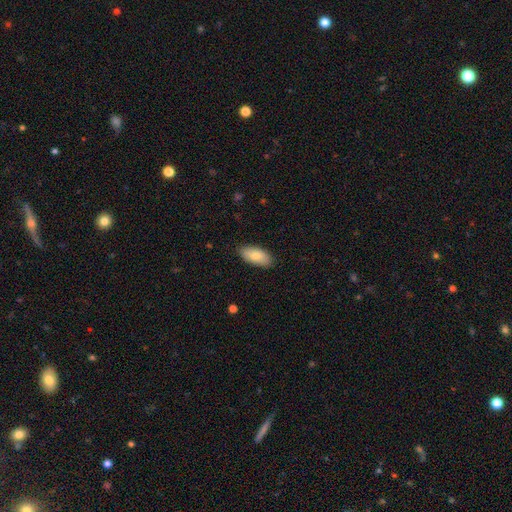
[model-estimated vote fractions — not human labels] Overall: smooth (79%). How rounded: in between (92%). Merging: none (87%).